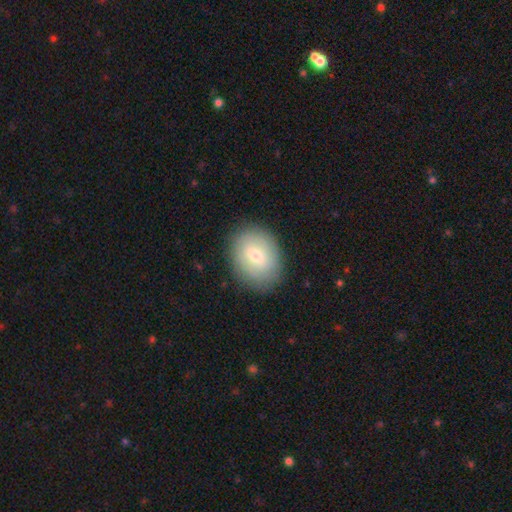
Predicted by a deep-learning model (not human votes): smooth-or-featured: smooth: 65% | featured or disk: 26% | star or artifact: 8%
  how-rounded: in between: 51% | round: 48% | cigar-shaped: 1%
  merging: none: 85% | minor disturbance: 11% | major disturbance: 3% | merger: 1%